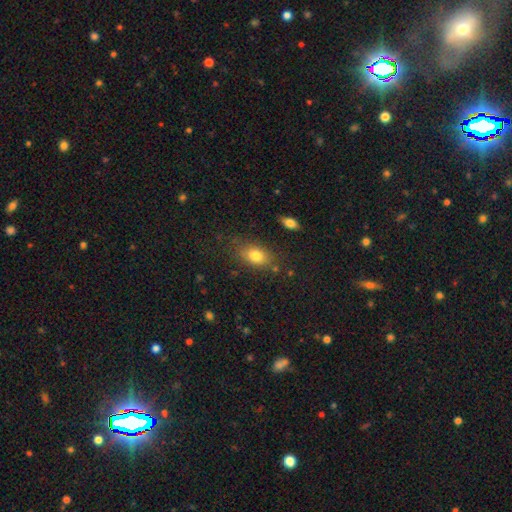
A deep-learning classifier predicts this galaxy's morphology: Overall: smooth (79%). How rounded: in between (78%). Merging: none (75%).